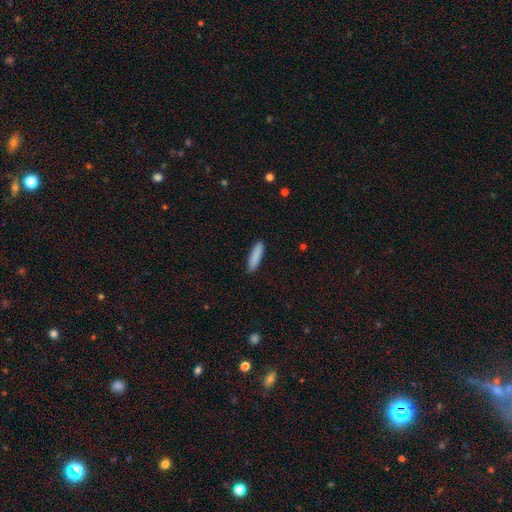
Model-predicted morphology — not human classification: smooth_or_featured: smooth (p=0.88) [alt: star or artifact p=0.06]
how_rounded: cigar-shaped (p=0.74) [alt: in between p=0.25]
merging: none (p=0.88) [alt: minor disturbance p=0.09]